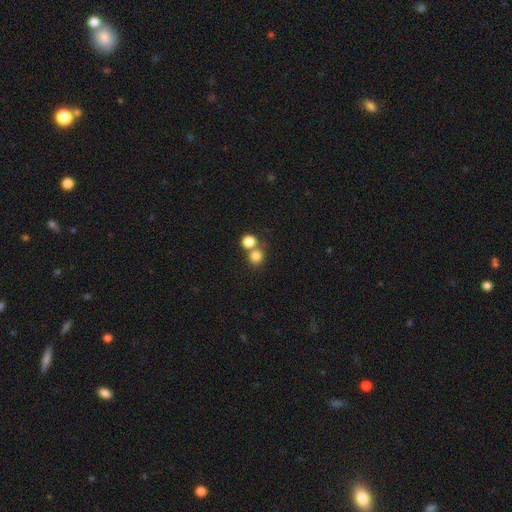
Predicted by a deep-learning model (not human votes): This is clearly a smooth galaxy (80%). How rounded: clearly round (84%). Merging: possibly none (54%).